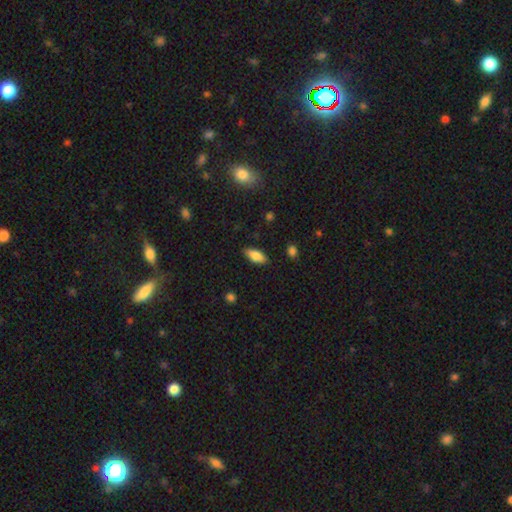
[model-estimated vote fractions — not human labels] smooth 81%, featured or disk 12%, star or artifact 7%. Down the decision tree: how rounded — in between (82%); merging — none (85%).